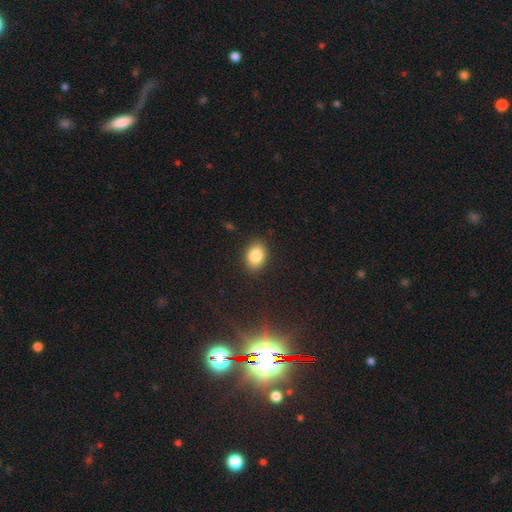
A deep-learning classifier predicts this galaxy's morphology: smooth-or-featured: smooth: 84% | star or artifact: 9% | featured or disk: 7%
  how-rounded: in between: 73% | round: 26% | cigar-shaped: 1%
  merging: none: 88% | minor disturbance: 9% | major disturbance: 2% | merger: 1%